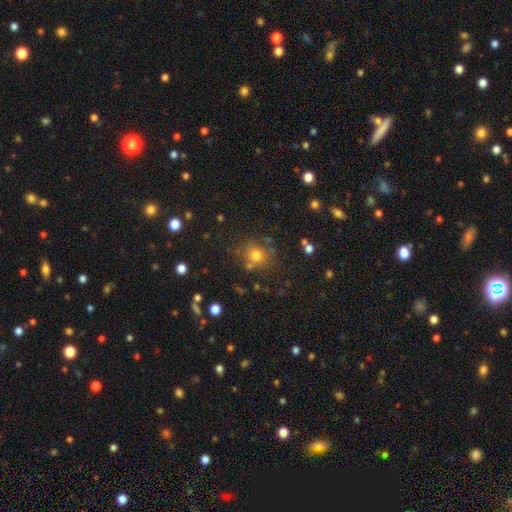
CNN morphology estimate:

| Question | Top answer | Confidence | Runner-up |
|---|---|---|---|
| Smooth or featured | smooth | 75% | star or artifact (16%) |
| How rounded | round | 83% | in between (16%) |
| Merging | none | 74% | minor disturbance (13%) |